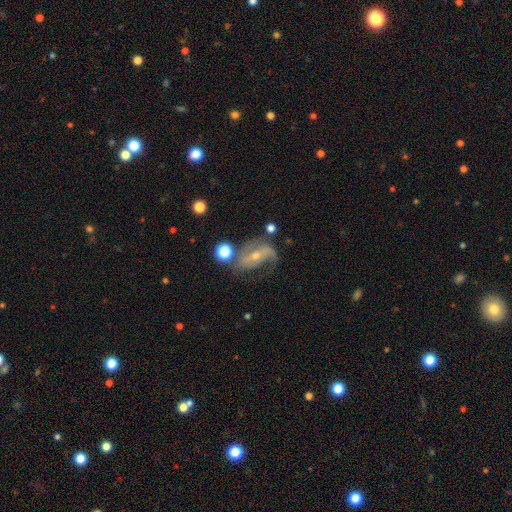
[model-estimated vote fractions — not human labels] smooth_or_featured: featured or disk (p=0.79) [alt: smooth p=0.12]
disk_edge_on: no (p=0.95) [alt: yes p=0.05]
bar: no (p=0.40) [alt: weak p=0.34]
has_spiral_arms: yes (p=0.91) [alt: no p=0.09]
spiral_winding: medium (p=0.41) [alt: loose p=0.36]
spiral_arm_count: 2 (p=0.63) [alt: 1 p=0.15]
bulge_size: small (p=0.62) [alt: moderate p=0.35]
merging: none (p=0.50) [alt: minor disturbance p=0.22]